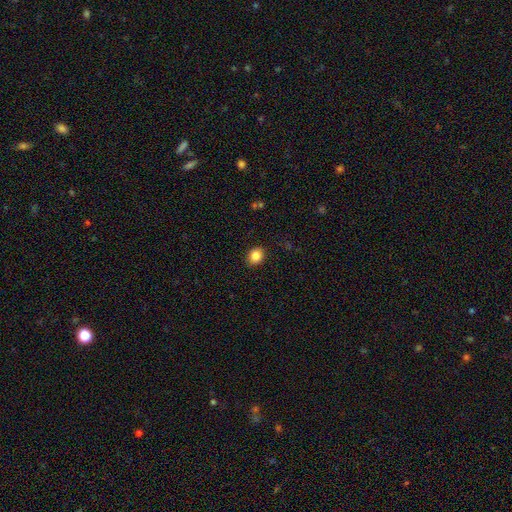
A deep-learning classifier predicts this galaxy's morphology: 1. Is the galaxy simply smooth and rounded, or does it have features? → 85% smooth, 10% star or artifact, 5% featured or disk.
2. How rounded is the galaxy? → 58% round, 41% in between, 1% cigar-shaped.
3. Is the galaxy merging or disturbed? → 89% none, 8% minor disturbance, 2% major disturbance, 1% merger.